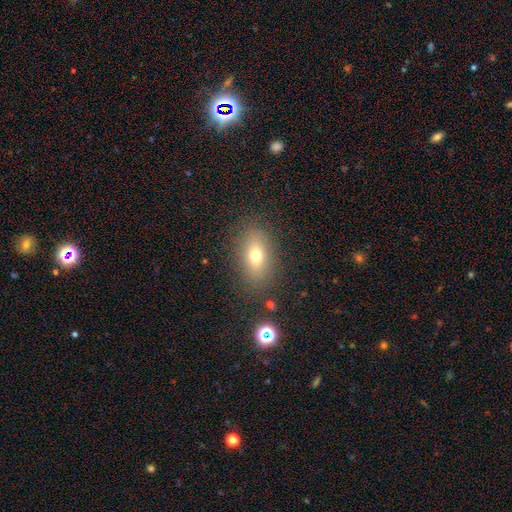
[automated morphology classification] Overall: smooth (69%). How rounded: in between (80%). Merging: none (83%).